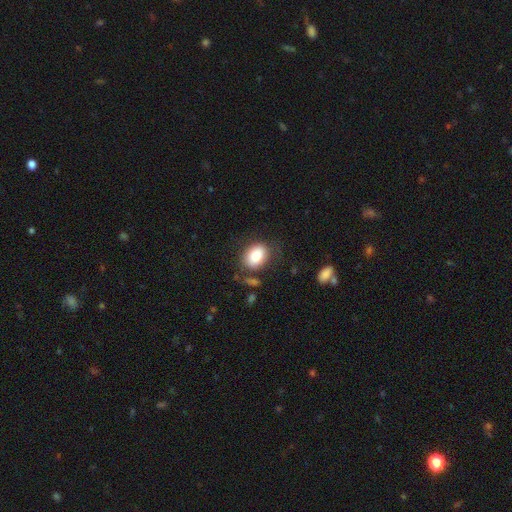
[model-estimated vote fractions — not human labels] smooth 85%, star or artifact 8%, featured or disk 8%. Down the decision tree: how rounded — in between (74%); merging — none (71%).